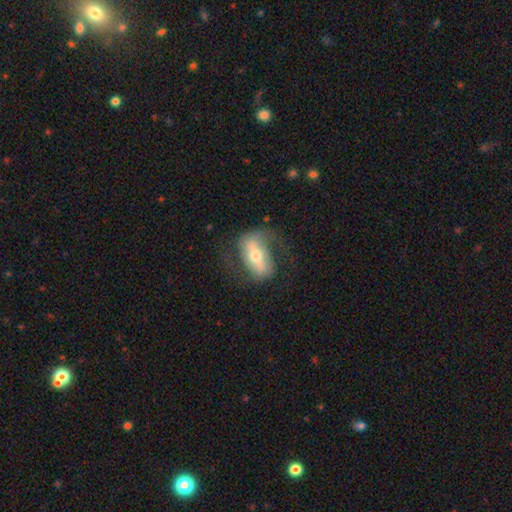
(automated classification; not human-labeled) smooth-or-featured: featured or disk: 72% | smooth: 21% | star or artifact: 7%
  disk-edge-on: no: 92% | yes: 8%
    bar: strong: 51% | weak: 30% | no: 19%
    has-spiral-arms: yes: 85% | no: 15%
      spiral-winding: loose: 43% | medium: 41% | tight: 16%
      spiral-arm-count: 2: 84% | can't tell: 7% | 1: 6% | 3: 1% | 4: 1% | more than 4: 1%
    bulge-size: moderate: 63% | small: 28% | large: 6% | dominant: 1% | none: 1%
  merging: none: 63% | minor disturbance: 19% | major disturbance: 16% | merger: 2%